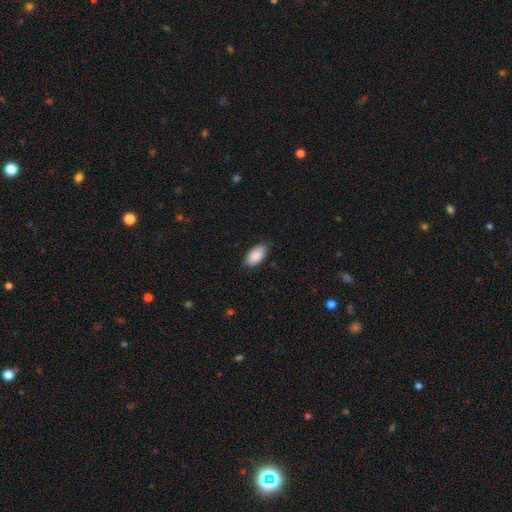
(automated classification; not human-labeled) Smooth or featured? smooth (89%)
How rounded? in between (95%)
Merging? none (79%)